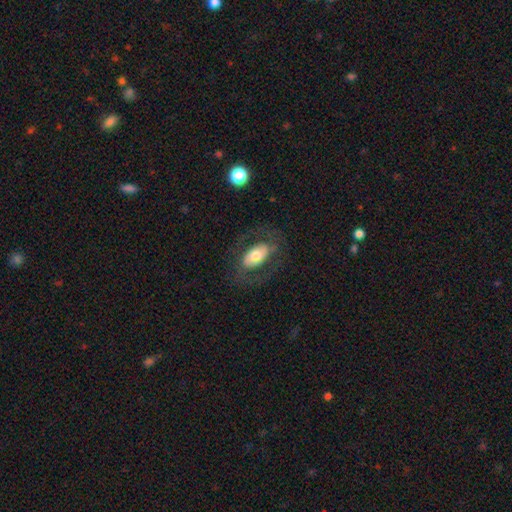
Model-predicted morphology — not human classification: A smooth galaxy with no disk features (52%) that is in between round and cigar-shaped (92%).

Vote fractions:
- Smooth or featured? smooth: 52% / featured or disk: 41% / star or artifact: 7%
- How rounded? in between: 92% / round: 6% / cigar-shaped: 3%
- Merging? none: 71% / minor disturbance: 14% / major disturbance: 13% / merger: 1%